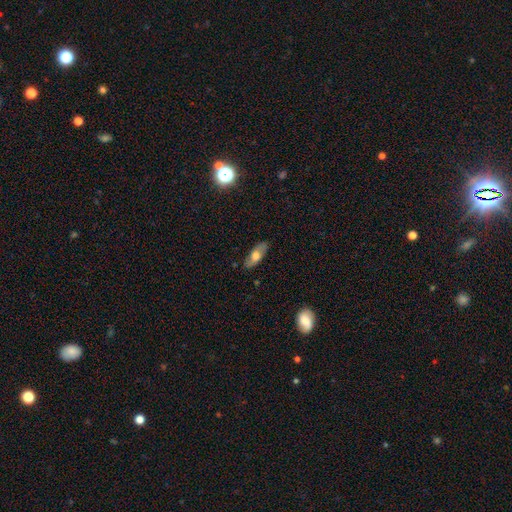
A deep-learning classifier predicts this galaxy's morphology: type=smooth (56%); roundness=in between (72%); merging=none (84%).